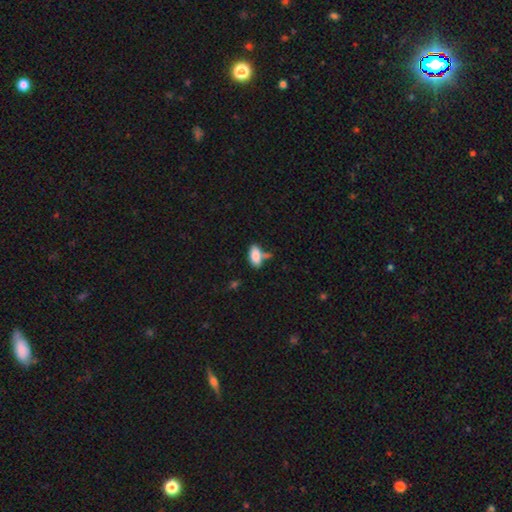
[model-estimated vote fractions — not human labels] Smooth or featured?
  - smooth: 85% *
  - featured or disk: 8%
  - star or artifact: 7%
How rounded?
  - in between: 91% *
  - cigar-shaped: 6%
  - round: 3%
Merging?
  - none: 55% *
  - minor disturbance: 20%
  - merger: 19%
  - major disturbance: 6%